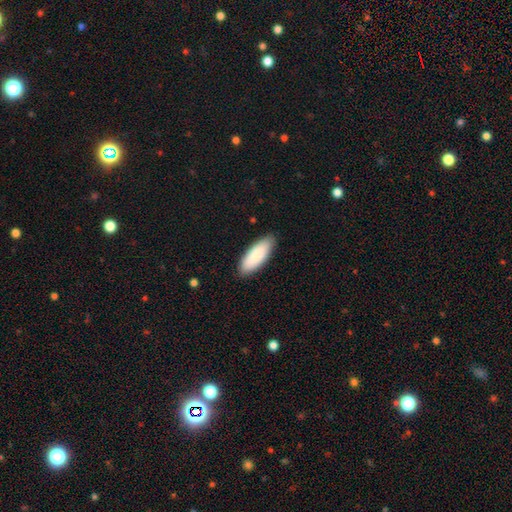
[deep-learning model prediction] Morphology: type=smooth (87%); roundness=in between (75%); merging=none (87%).